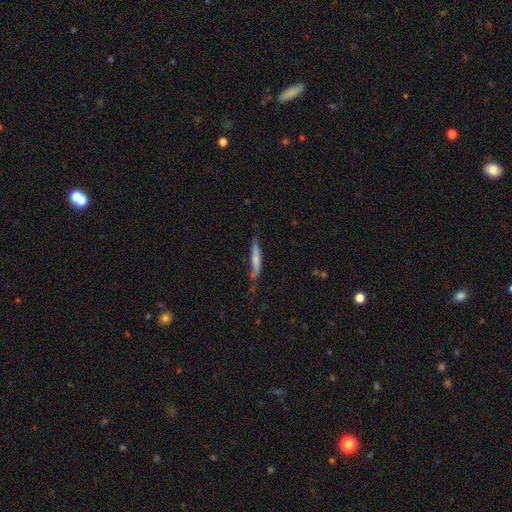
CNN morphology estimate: Smooth or featured: smooth — 52% (featured or disk — 41%)
How rounded: cigar-shaped — 93% (in between — 6%)
Merging: none — 67% (minor disturbance — 24%)